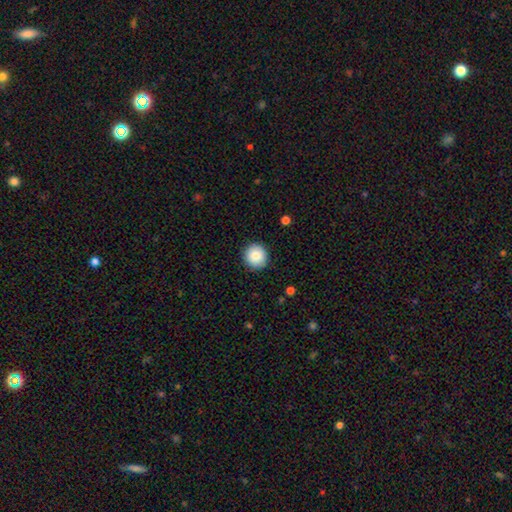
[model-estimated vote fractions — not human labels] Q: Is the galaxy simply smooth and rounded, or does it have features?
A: smooth — 86%.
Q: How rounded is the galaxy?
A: round — 92%.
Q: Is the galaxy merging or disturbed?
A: none — 90%.